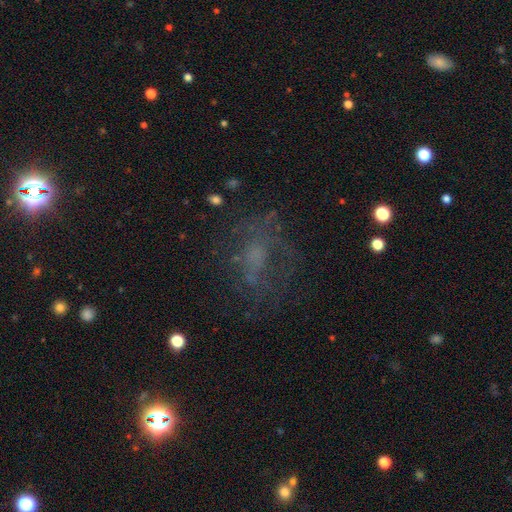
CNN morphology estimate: This appears to be a featured or disk galaxy (43%). Merging: none (53%).